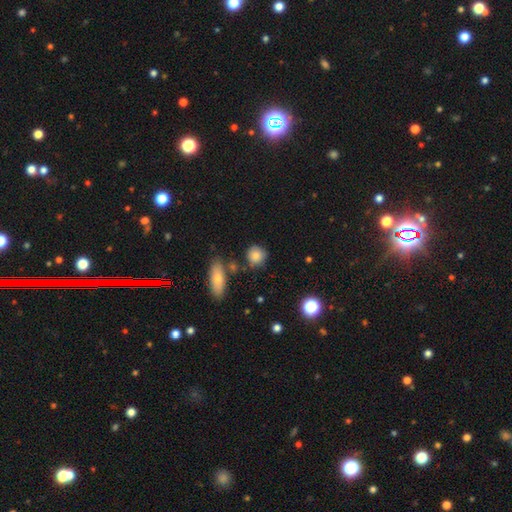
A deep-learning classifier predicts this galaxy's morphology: Overall: smooth (80%). How rounded: round (83%). Merging: none (74%).